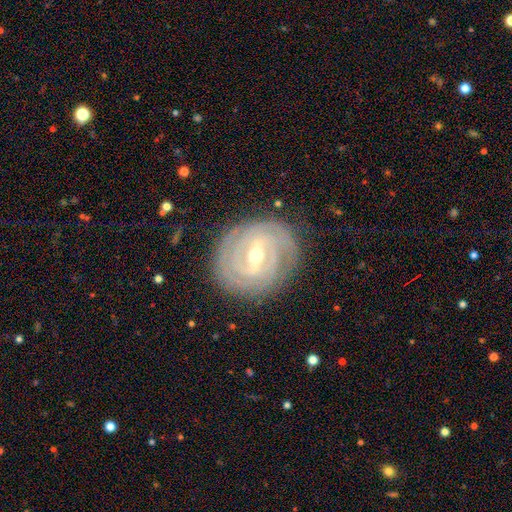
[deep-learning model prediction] This appears to be a featured or disk galaxy (87%) with a strong bar (54%), 2 (30%) tight (82%) spiral arms (96%) and a moderate central bulge (53%). Merging: none (84%).